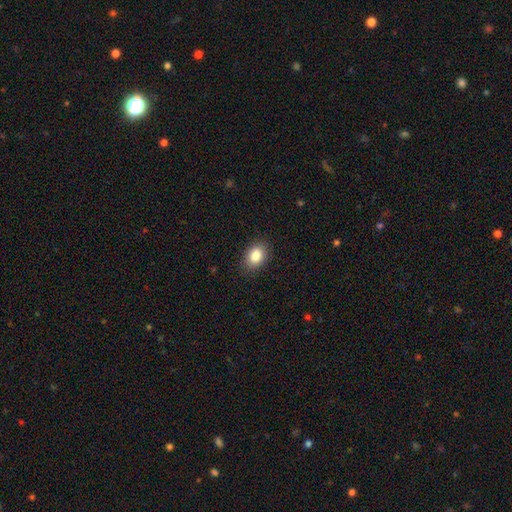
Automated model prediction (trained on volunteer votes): This appears to be a smooth galaxy with no disk features (86%) that is in between round and cigar-shaped (81%). Merging: none (87%).